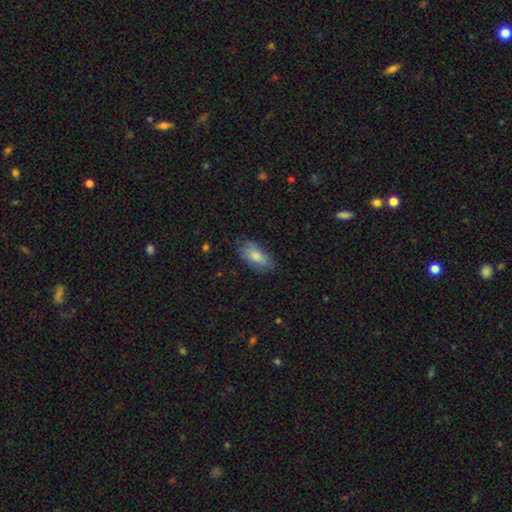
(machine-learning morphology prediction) The model was most divided on "merging": none: 77%, minor disturbance: 18%, major disturbance: 4%, merger: 1%. More confident: how rounded — in between (91%); smooth or featured — smooth (82%).